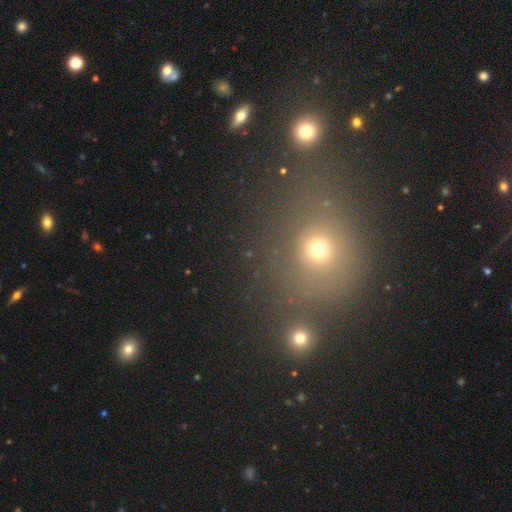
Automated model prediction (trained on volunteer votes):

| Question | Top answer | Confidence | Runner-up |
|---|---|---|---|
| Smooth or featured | smooth | 47% | star or artifact (44%) |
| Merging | none | 76% | minor disturbance (10%) |